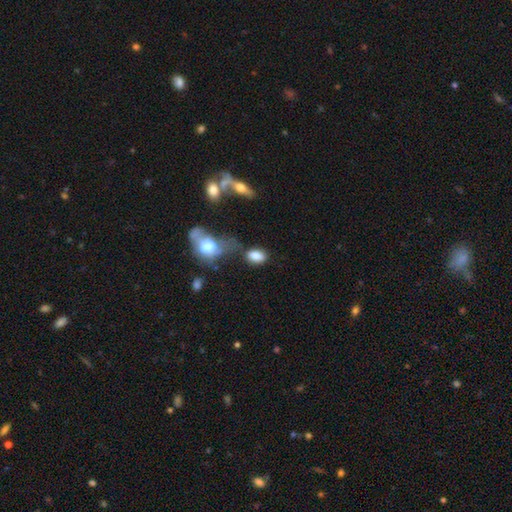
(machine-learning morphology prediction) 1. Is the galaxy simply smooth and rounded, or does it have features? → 79% smooth, 11% featured or disk, 9% star or artifact.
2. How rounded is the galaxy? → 86% in between, 11% round, 2% cigar-shaped.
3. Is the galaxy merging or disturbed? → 47% none, 22% merger, 19% minor disturbance, 12% major disturbance.